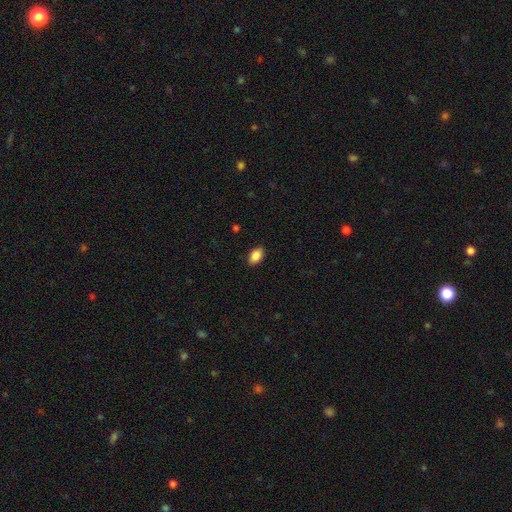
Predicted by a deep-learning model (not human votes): Smooth or featured?
  - smooth: 88% *
  - star or artifact: 8%
  - featured or disk: 4%
How rounded?
  - in between: 90% *
  - round: 8%
  - cigar-shaped: 2%
Merging?
  - none: 88% *
  - minor disturbance: 9%
  - major disturbance: 2%
  - merger: 1%